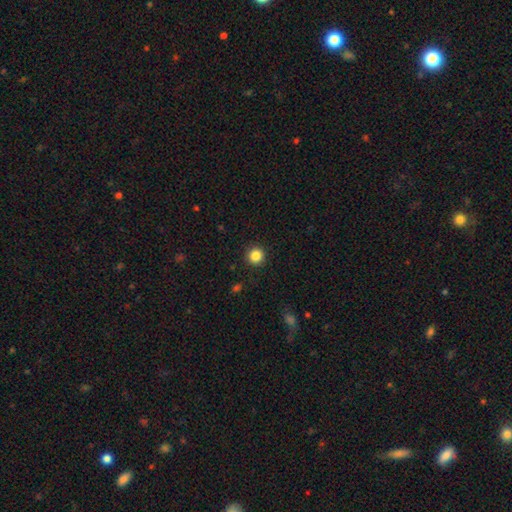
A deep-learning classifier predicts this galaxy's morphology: Smooth or featured? smooth (85%)
How rounded? round (95%)
Merging? none (92%)